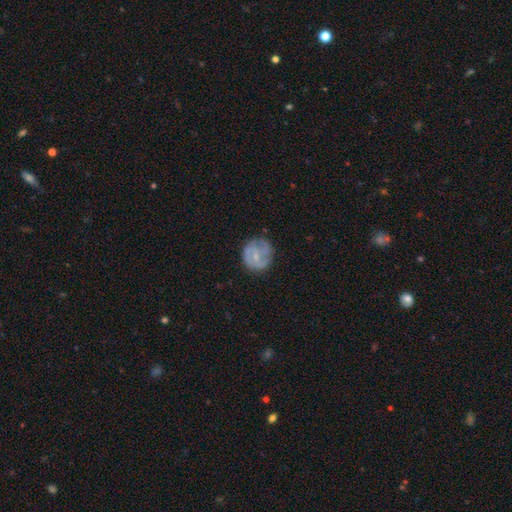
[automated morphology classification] Q: Smooth or featured?
A: featured or disk (48%); runner-up: smooth (46%)
Q: Merging?
A: none (65%); runner-up: minor disturbance (24%)